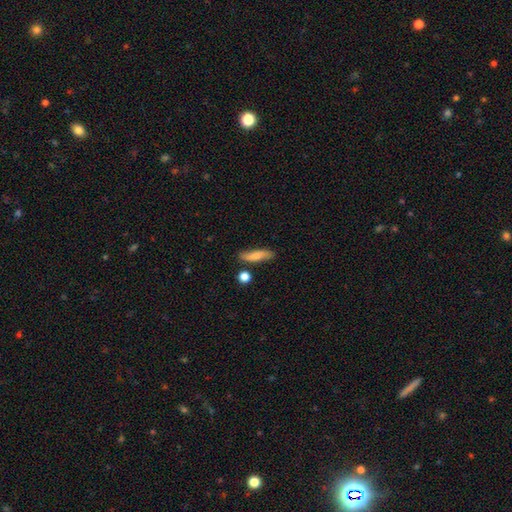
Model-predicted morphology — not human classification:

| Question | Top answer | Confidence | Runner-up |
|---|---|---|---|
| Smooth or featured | smooth | 71% | featured or disk (22%) |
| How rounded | cigar-shaped | 64% | in between (32%) |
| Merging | none | 77% | minor disturbance (14%) |